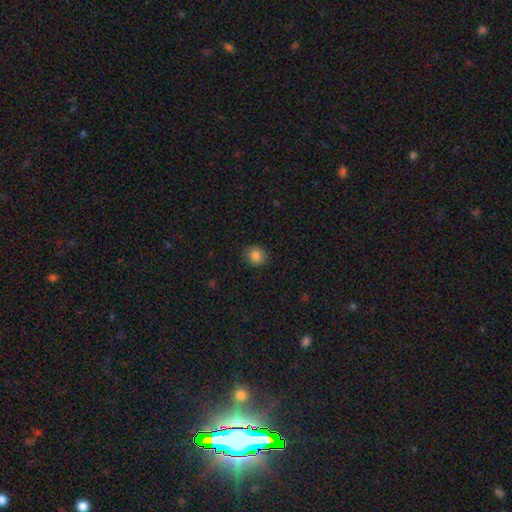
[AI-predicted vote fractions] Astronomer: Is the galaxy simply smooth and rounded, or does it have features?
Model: smooth — 85%.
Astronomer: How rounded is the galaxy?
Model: round — 74%.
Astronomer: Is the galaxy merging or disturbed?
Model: none — 85%.